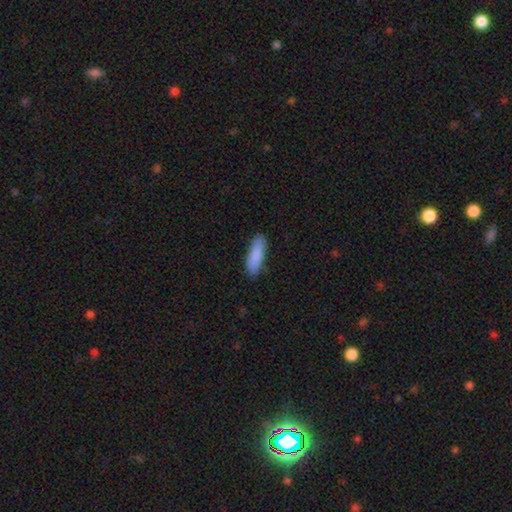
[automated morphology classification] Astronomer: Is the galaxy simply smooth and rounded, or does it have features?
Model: smooth — 88%.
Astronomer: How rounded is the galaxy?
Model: cigar-shaped — 54% (runner-up: in between, 45%).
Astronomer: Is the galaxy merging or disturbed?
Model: none — 84%.